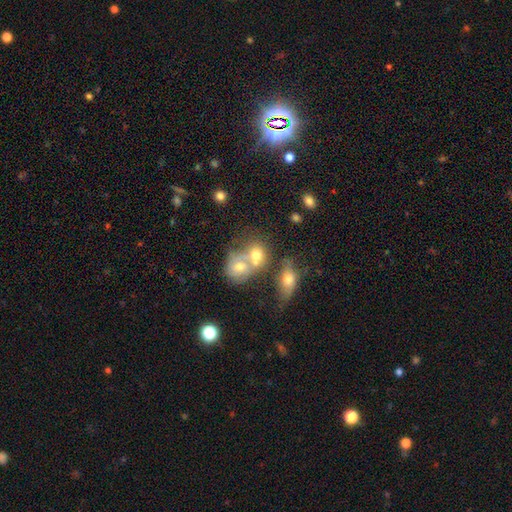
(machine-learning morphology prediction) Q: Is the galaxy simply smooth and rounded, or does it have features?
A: smooth — 46%.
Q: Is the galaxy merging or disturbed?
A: merger — 57%.